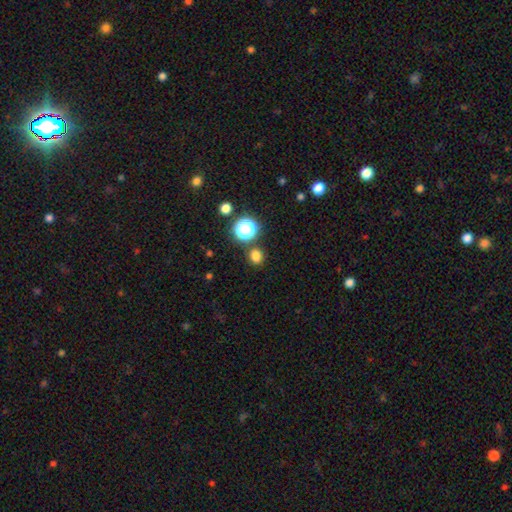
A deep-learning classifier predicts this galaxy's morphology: Smooth or featured: smooth — 77% (star or artifact — 18%)
How rounded: round — 75% (in between — 24%)
Merging: none — 83% (minor disturbance — 9%)